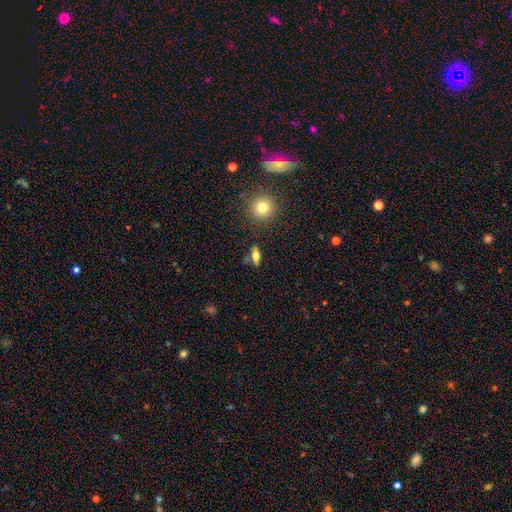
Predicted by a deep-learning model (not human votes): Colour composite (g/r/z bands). It shows a smooth galaxy with no disk features (57%) that is in between round and cigar-shaped (62%). Merging: none (78%).